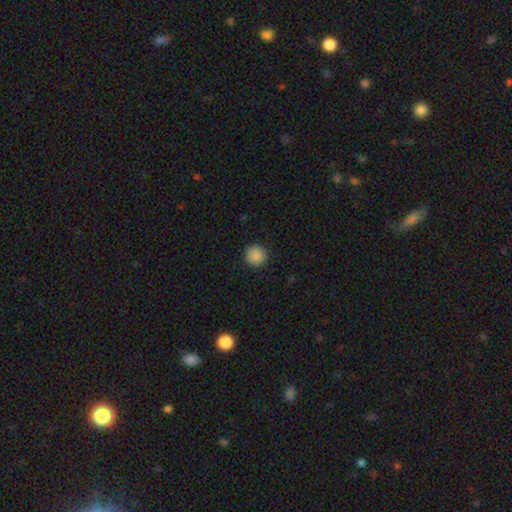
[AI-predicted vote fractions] Q: Smooth or featured?
A: smooth (88%); runner-up: star or artifact (9%)
Q: How rounded?
A: round (95%); runner-up: in between (4%)
Q: Merging?
A: none (91%); runner-up: minor disturbance (6%)